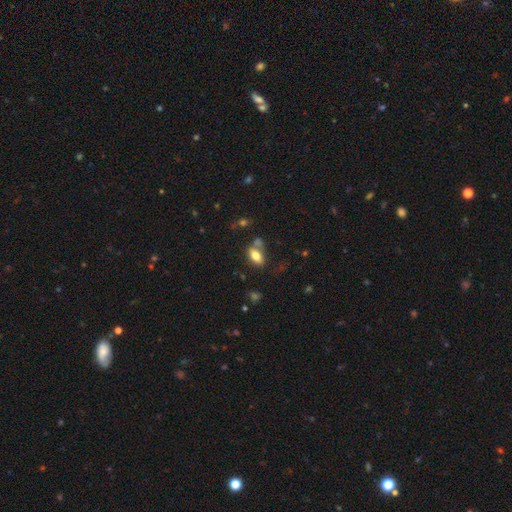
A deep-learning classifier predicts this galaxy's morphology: smooth_or_featured: smooth (p=0.74) [alt: featured or disk p=0.18]
how_rounded: in between (p=0.86) [alt: cigar-shaped p=0.09]
merging: none (p=0.61) [alt: merger p=0.18]